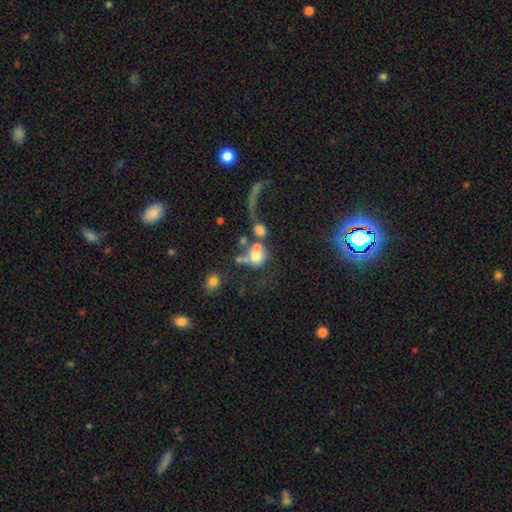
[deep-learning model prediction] A smooth galaxy with no disk features (60%) that is round (75%).

Vote fractions:
- Smooth or featured? smooth: 60% / featured or disk: 27% / star or artifact: 13%
- How rounded? round: 75% / in between: 23% / cigar-shaped: 2%
- Merging? merger: 49% / none: 22% / major disturbance: 21% / minor disturbance: 9%